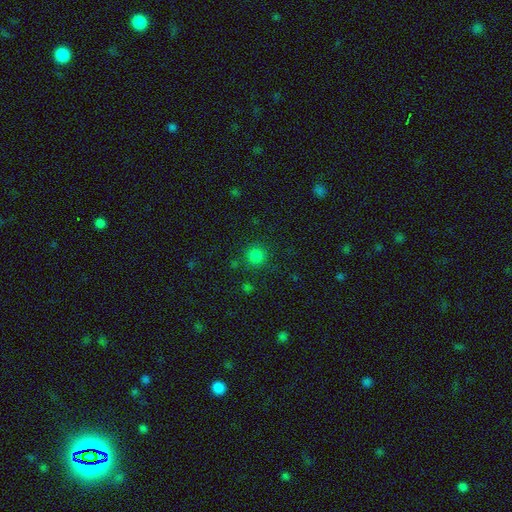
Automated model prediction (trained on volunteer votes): smooth-or-featured: smooth: 81% | star or artifact: 15% | featured or disk: 4%
  how-rounded: round: 93% | in between: 6% | cigar-shaped: 1%
  merging: none: 85% | minor disturbance: 8% | major disturbance: 4% | merger: 3%